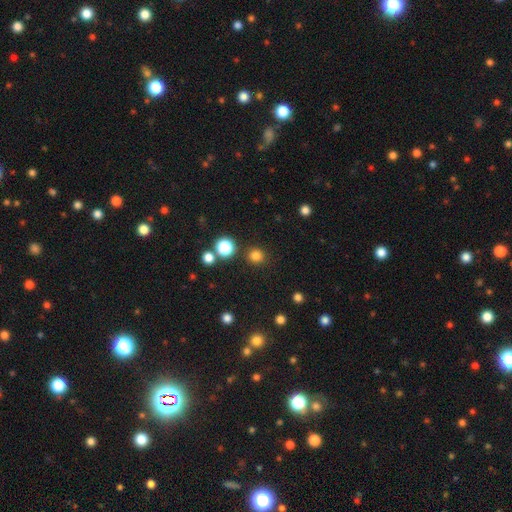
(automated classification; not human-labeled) Smooth or featured?
  - smooth: 79% *
  - star or artifact: 17%
  - featured or disk: 4%
How rounded?
  - round: 94% *
  - in between: 5%
  - cigar-shaped: 1%
Merging?
  - none: 88% *
  - minor disturbance: 6%
  - merger: 3%
  - major disturbance: 3%